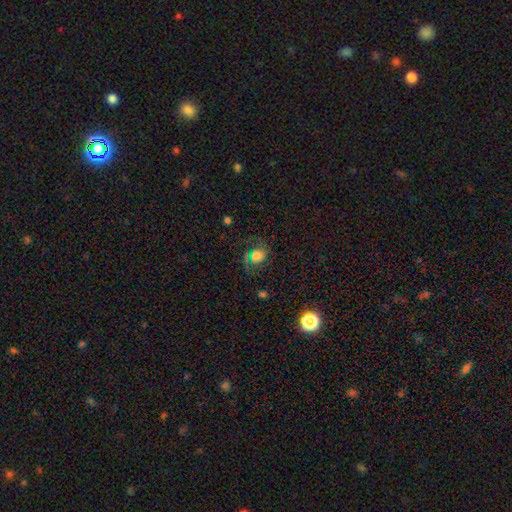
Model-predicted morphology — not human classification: A smooth galaxy with no disk features (52%) that is round (57%).

Vote fractions:
- Smooth or featured? smooth: 52% / featured or disk: 30% / star or artifact: 18%
- How rounded? round: 57% / in between: 41% / cigar-shaped: 2%
- Merging? none: 59% / minor disturbance: 20% / major disturbance: 18% / merger: 3%